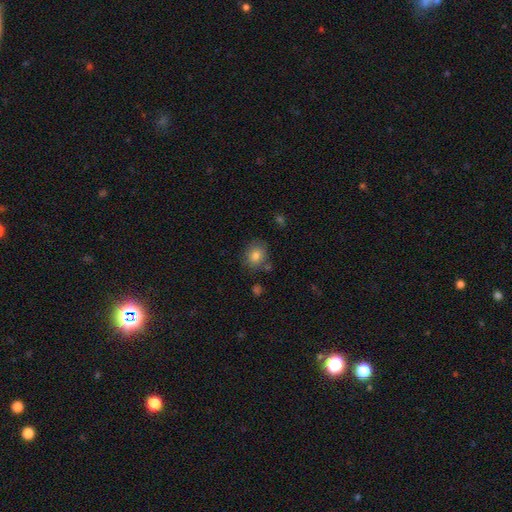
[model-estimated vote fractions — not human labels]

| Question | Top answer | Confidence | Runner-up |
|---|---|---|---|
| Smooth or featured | smooth | 81% | star or artifact (10%) |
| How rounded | round | 67% | in between (32%) |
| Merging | none | 77% | minor disturbance (15%) |